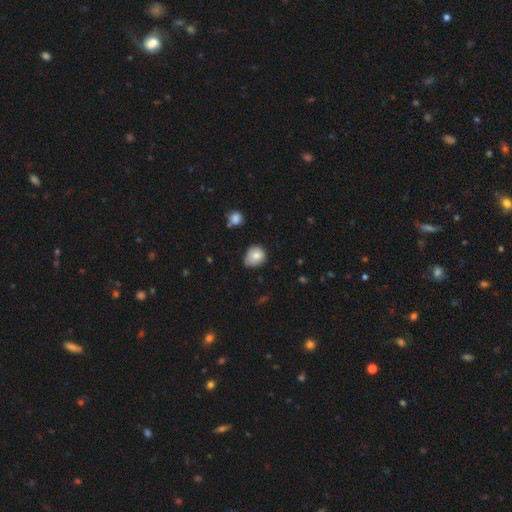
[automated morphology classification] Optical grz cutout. It shows a smooth galaxy with no disk features (78%) that is round (61%). Merging: none (49%).